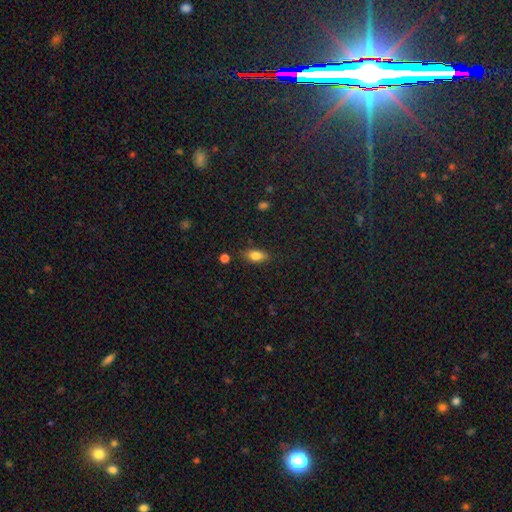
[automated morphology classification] This appears to be a smooth galaxy with no disk features (76%) that is in between round and cigar-shaped (81%). Merging: none (81%).